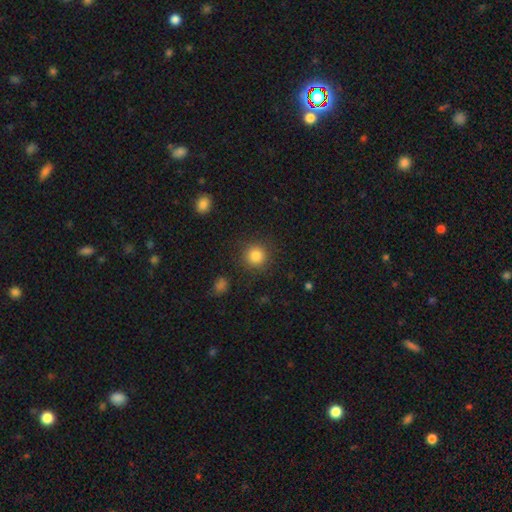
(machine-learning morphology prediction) A smooth galaxy with no disk features (84%) that is round (93%).

Vote fractions:
- Smooth or featured? smooth: 84% / star or artifact: 11% / featured or disk: 5%
- How rounded? round: 93% / in between: 6% / cigar-shaped: 1%
- Merging? none: 88% / minor disturbance: 7% / major disturbance: 3% / merger: 2%